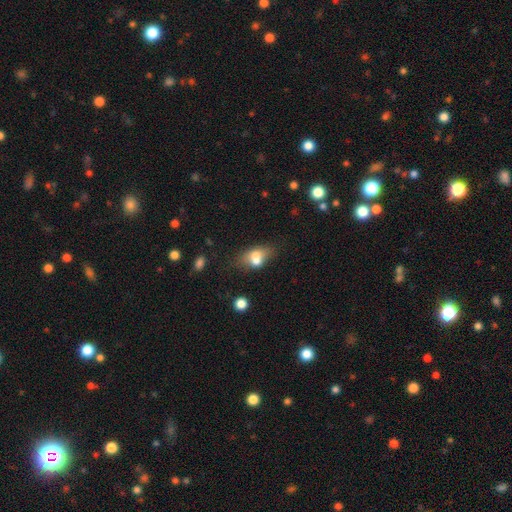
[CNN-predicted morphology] Smooth or featured?
  - smooth: 64% *
  - featured or disk: 26%
  - star or artifact: 10%
How rounded?
  - in between: 79% *
  - round: 15%
  - cigar-shaped: 6%
Merging?
  - none: 40% *
  - merger: 34%
  - minor disturbance: 17%
  - major disturbance: 9%